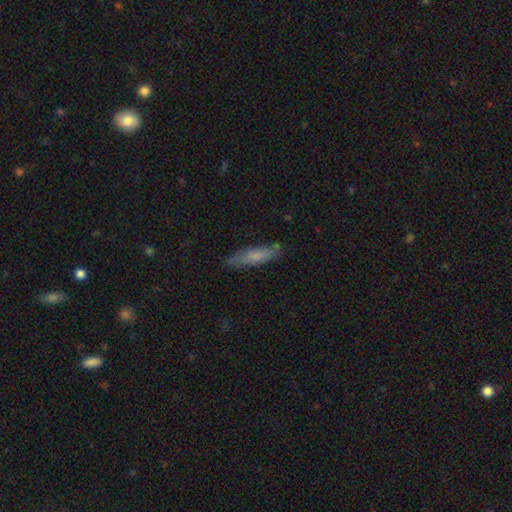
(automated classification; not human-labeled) A smooth galaxy with no disk features (66%) that is cigar-shaped (77%). Merging: none (80%).